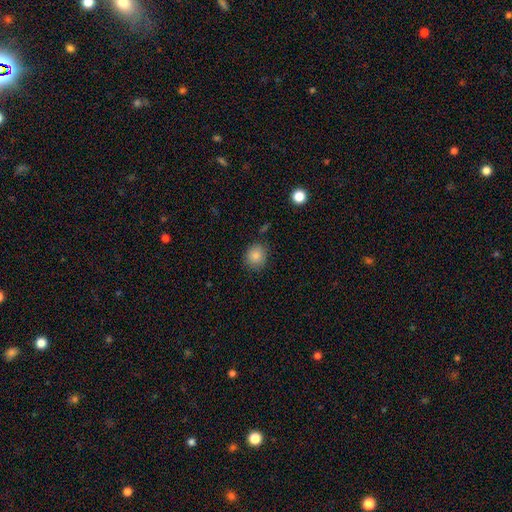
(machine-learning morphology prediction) smooth 85%, star or artifact 10%, featured or disk 5%. Down the decision tree: how rounded — round (84%); merging — none (84%).